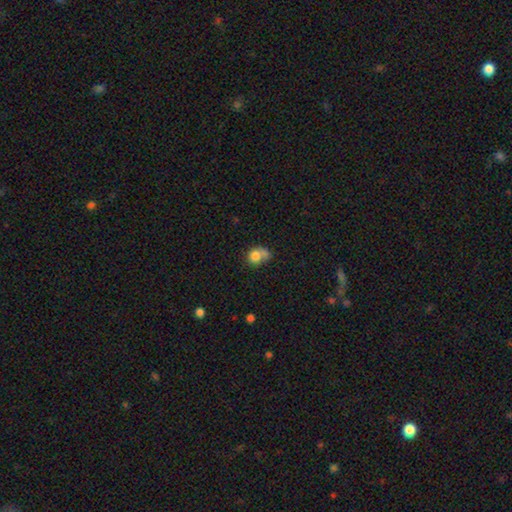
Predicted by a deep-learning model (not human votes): Overall: smooth (78%). How rounded: round (59%; in between 40%). Merging: merger (32%, tied with none).